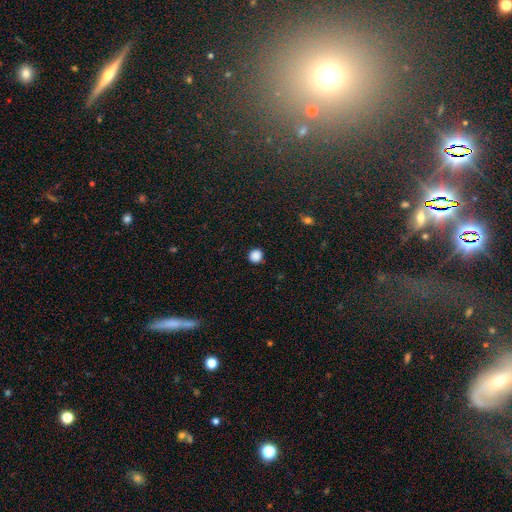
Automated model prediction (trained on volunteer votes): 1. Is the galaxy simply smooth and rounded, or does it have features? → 87% smooth, 11% star or artifact, 3% featured or disk.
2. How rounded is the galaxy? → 94% round, 5% in between, 1% cigar-shaped.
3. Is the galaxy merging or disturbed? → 91% none, 6% minor disturbance, 2% major disturbance, 1% merger.